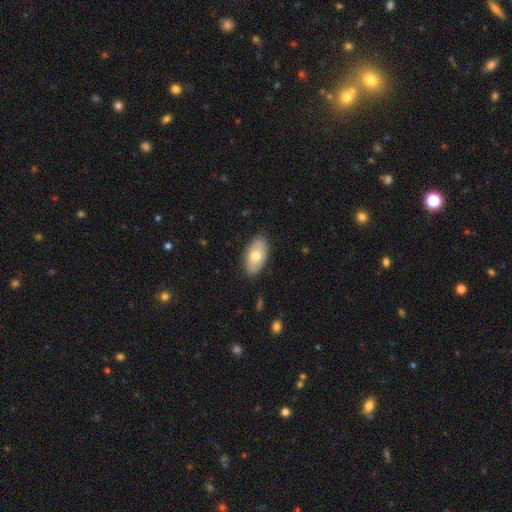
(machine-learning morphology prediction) Q: Smooth or featured?
A: smooth (67%); runner-up: featured or disk (27%)
Q: How rounded?
A: in between (94%); runner-up: round (4%)
Q: Merging?
A: none (84%); runner-up: minor disturbance (13%)